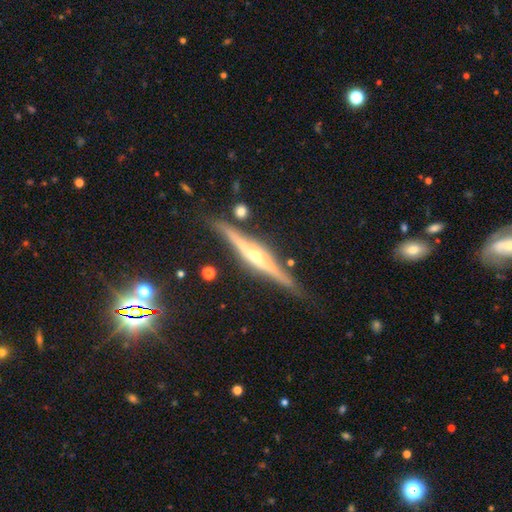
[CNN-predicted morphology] Smooth or featured?
  - featured or disk: 84% *
  - smooth: 9%
  - star or artifact: 7%
Edge-on disk?
  - yes: 98% *
  - no: 2%
Edge-on bulge?
  - rounded: 85% *
  - boxy: 9%
  - none: 6%
Merging?
  - none: 85% *
  - minor disturbance: 10%
  - merger: 3%
  - major disturbance: 2%